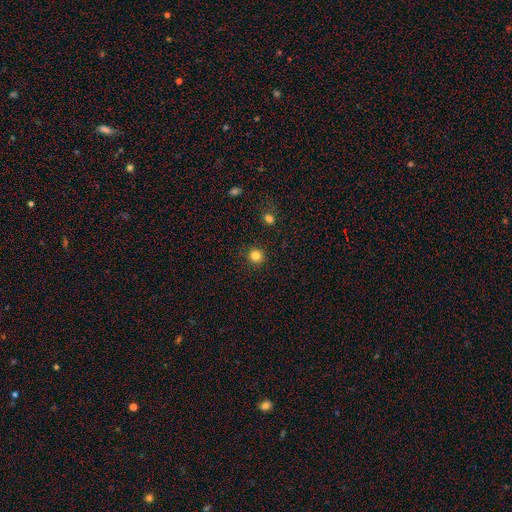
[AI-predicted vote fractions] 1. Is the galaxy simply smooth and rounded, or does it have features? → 83% smooth, 12% star or artifact, 4% featured or disk.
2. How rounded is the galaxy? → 93% round, 6% in between, 1% cigar-shaped.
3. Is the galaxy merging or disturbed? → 91% none, 6% minor disturbance, 2% major disturbance, 2% merger.